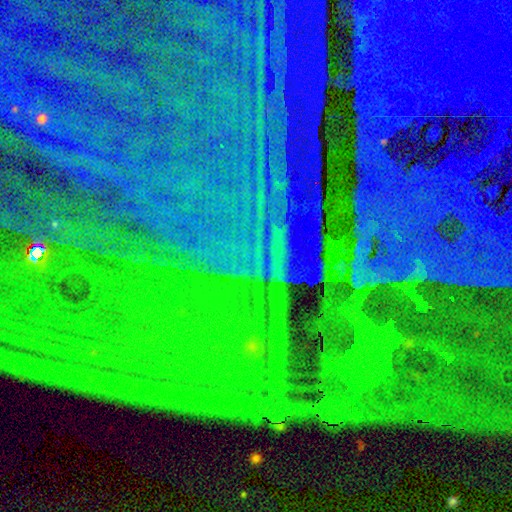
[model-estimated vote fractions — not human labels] smooth_or_featured: star or artifact (p=0.88) [alt: featured or disk p=0.07]